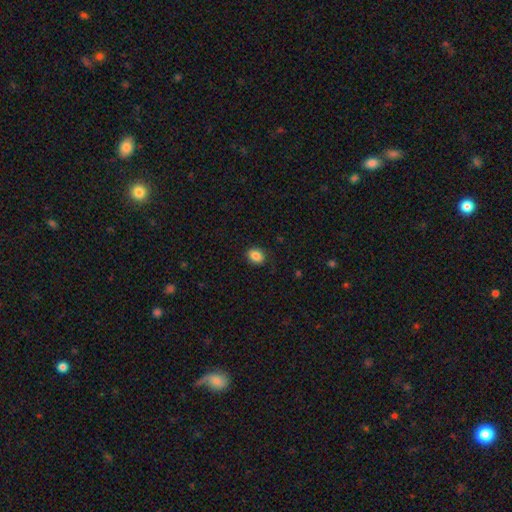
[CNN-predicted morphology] A smooth galaxy with no disk features (87%) that is in between round and cigar-shaped (59%). Merging: none (87%).